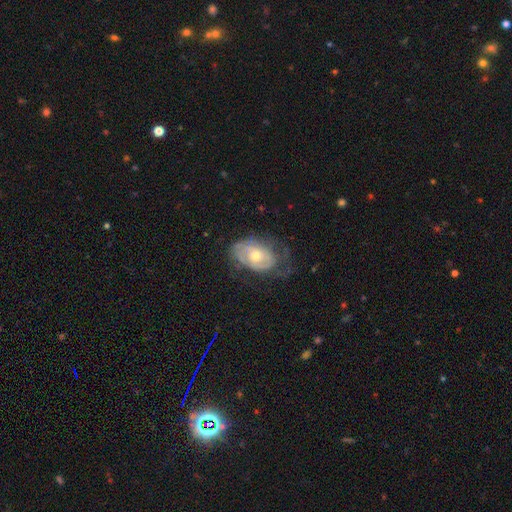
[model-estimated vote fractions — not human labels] Smooth or featured? featured or disk (66%)
Edge-on disk? no (95%)
Bar? no (81%)
Spiral arms? yes (63%)
Bulge size? moderate (55%)
Merging? none (48%)